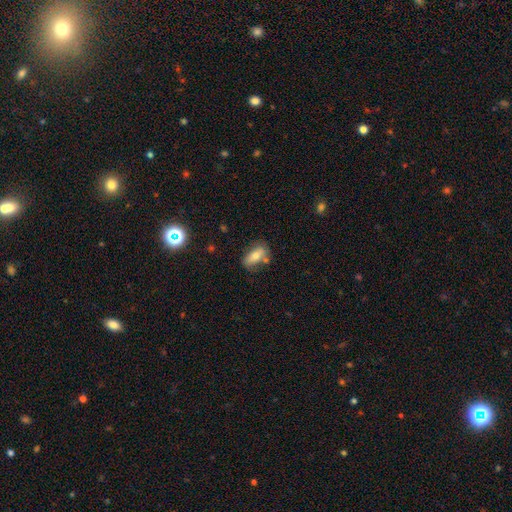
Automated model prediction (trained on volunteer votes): This appears to be a smooth galaxy with no disk features (69%) that is in between round and cigar-shaped (83%). Merging: none (63%).